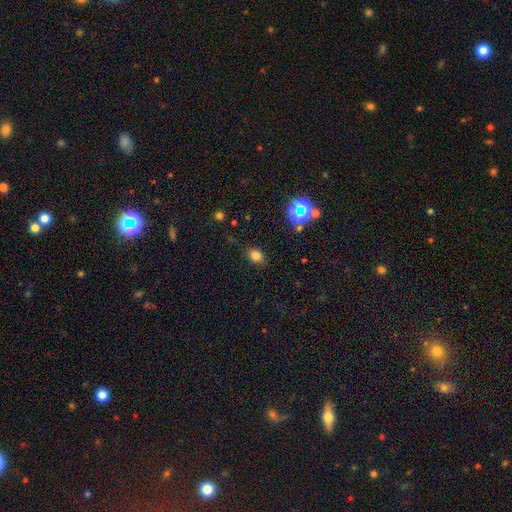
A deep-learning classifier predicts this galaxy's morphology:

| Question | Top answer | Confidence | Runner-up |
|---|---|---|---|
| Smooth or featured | smooth | 77% | star or artifact (16%) |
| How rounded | in between | 51% | round (48%) |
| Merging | none | 85% | minor disturbance (11%) |